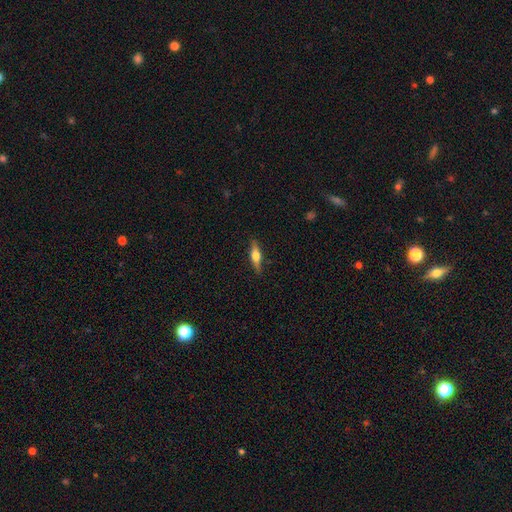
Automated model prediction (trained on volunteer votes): A featured or disk galaxy (48%). Merging: none (87%).